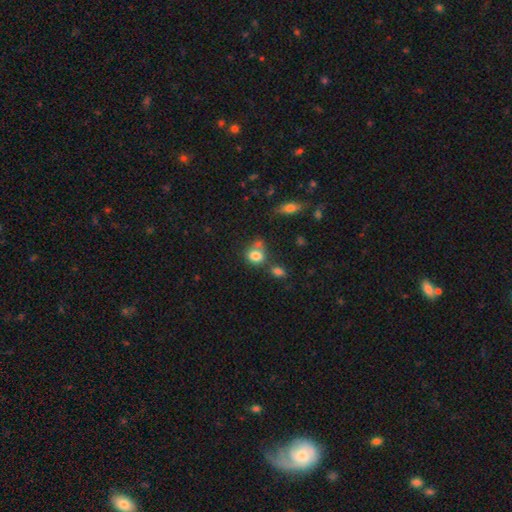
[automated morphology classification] smooth 80%, star or artifact 11%, featured or disk 9%. Down the decision tree: how rounded — round (51%); merging — none (47%).